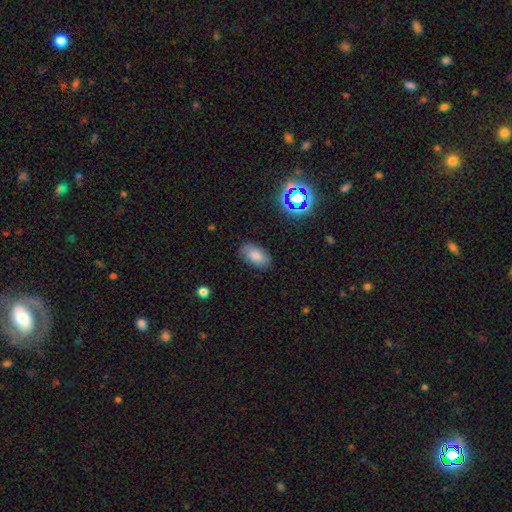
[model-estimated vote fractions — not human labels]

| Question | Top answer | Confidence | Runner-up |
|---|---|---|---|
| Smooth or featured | smooth | 80% | star or artifact (11%) |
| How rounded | in between | 93% | round (5%) |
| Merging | none | 85% | minor disturbance (11%) |